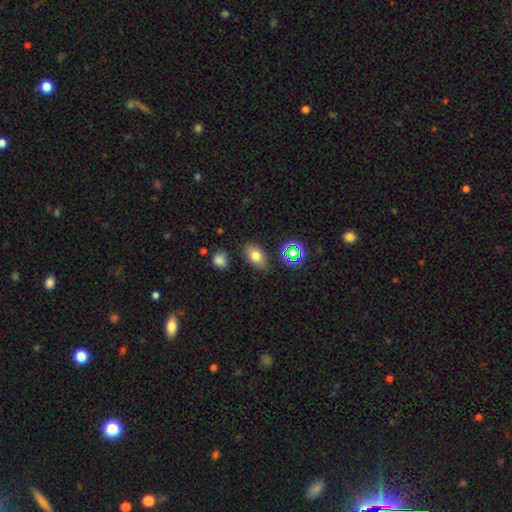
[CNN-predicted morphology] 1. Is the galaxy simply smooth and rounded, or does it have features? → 72% smooth, 14% featured or disk, 14% star or artifact.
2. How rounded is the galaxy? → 88% in between, 10% round, 2% cigar-shaped.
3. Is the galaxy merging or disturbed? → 83% none, 11% minor disturbance, 3% major disturbance, 3% merger.